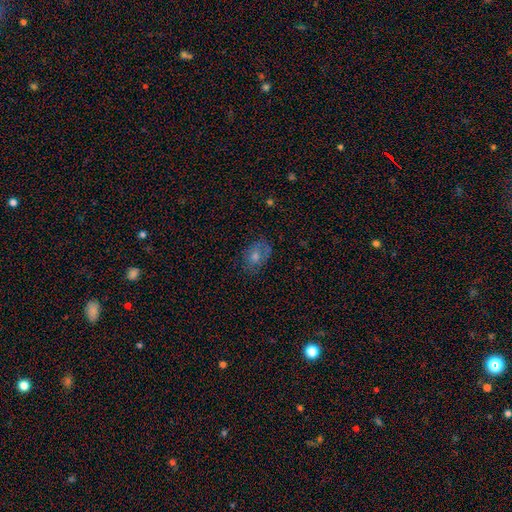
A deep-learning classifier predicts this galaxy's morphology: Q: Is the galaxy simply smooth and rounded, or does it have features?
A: smooth — 71%.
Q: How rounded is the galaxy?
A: in between — 70%.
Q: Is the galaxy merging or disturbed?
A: none — 70%.